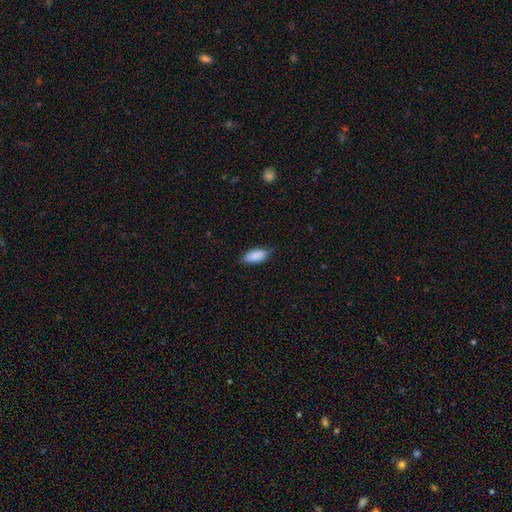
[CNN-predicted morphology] Smooth or featured? smooth (87%)
How rounded? in between (88%)
Merging? none (76%)